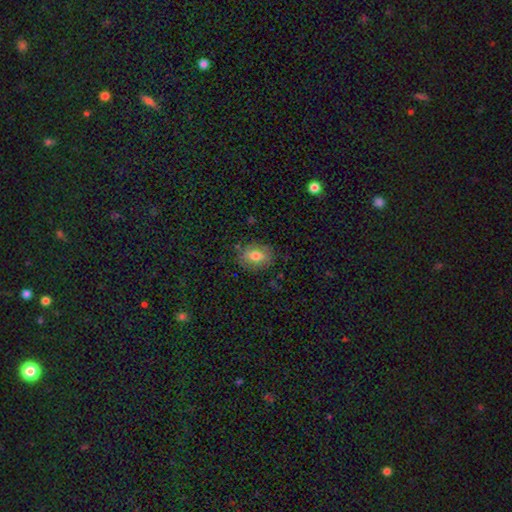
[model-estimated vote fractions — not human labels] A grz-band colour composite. It shows a smooth galaxy with no disk features (72%) that is in between round and cigar-shaped (68%). Merging: none (79%).